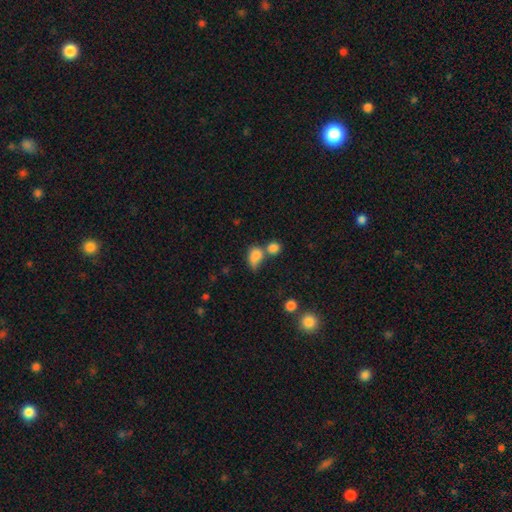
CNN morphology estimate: Q: Smooth or featured?
A: smooth (81%); runner-up: star or artifact (10%)
Q: How rounded?
A: in between (66%); runner-up: round (32%)
Q: Merging?
A: merger (46%); runner-up: none (26%)